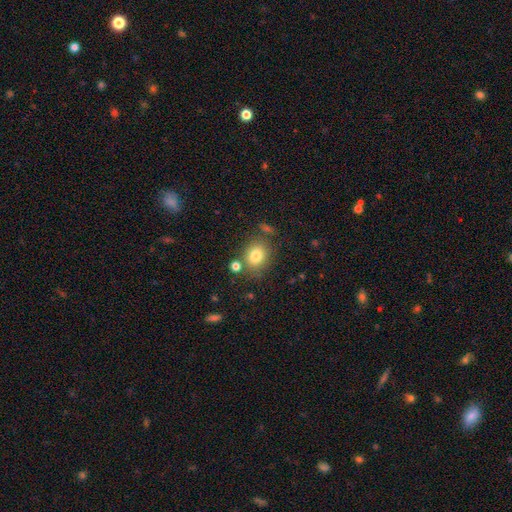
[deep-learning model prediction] smooth_or_featured: smooth (p=0.80) [alt: star or artifact p=0.11]
how_rounded: round (p=0.59) [alt: in between p=0.40]
merging: none (p=0.72) [alt: minor disturbance p=0.13]